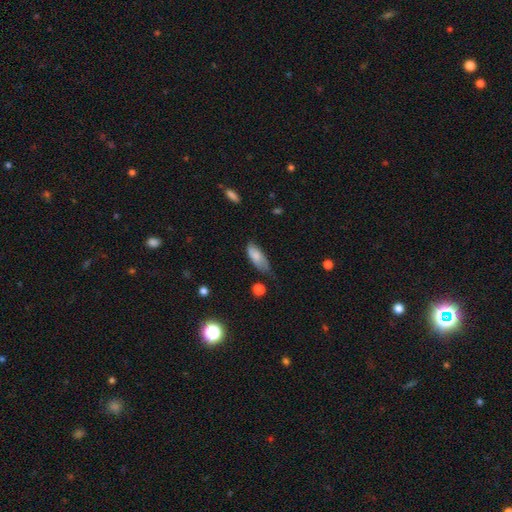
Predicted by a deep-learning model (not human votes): Q: Smooth or featured?
A: smooth (77%); runner-up: featured or disk (16%)
Q: How rounded?
A: in between (79%); runner-up: cigar-shaped (19%)
Q: Merging?
A: none (53%); runner-up: minor disturbance (36%)